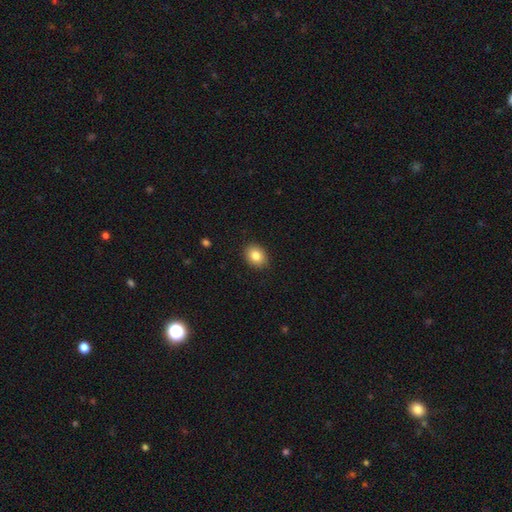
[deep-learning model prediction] Morphology: type=smooth (85%); roundness=in between (58%); merging=none (90%).